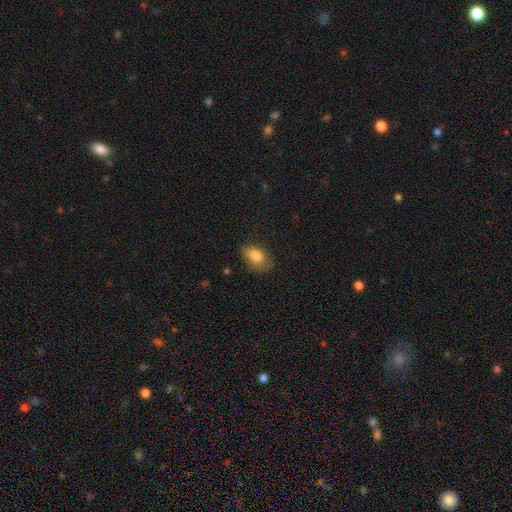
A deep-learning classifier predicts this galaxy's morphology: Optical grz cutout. It shows a smooth galaxy with no disk features (83%) that is in between round and cigar-shaped (89%). Merging: none (63%).